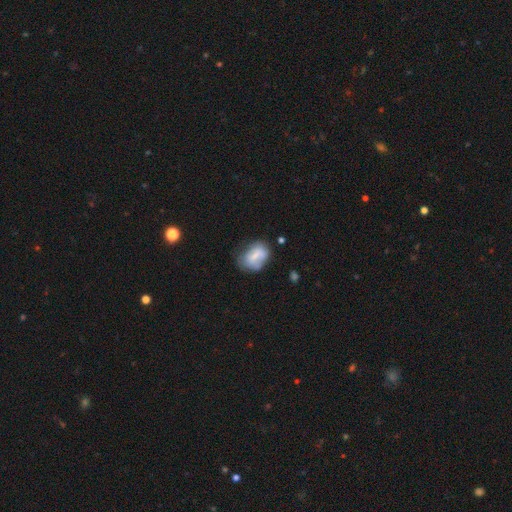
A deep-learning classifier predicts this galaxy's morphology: Smooth or featured? smooth (63%)
How rounded? in between (78%)
Merging? none (50%)